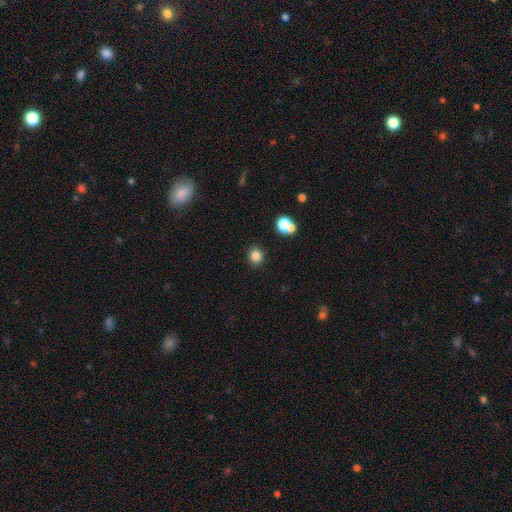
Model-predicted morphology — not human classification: Q: Smooth or featured?
A: smooth (82%); runner-up: star or artifact (13%)
Q: How rounded?
A: round (81%); runner-up: in between (18%)
Q: Merging?
A: none (88%); runner-up: minor disturbance (7%)